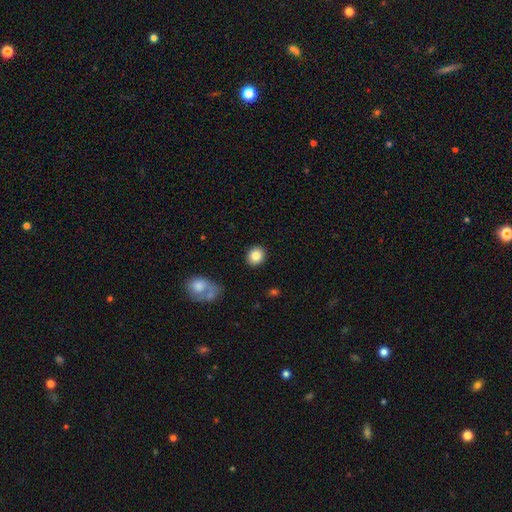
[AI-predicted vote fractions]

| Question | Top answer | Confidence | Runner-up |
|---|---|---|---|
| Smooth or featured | smooth | 83% | star or artifact (9%) |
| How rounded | round | 77% | in between (22%) |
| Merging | none | 89% | minor disturbance (7%) |